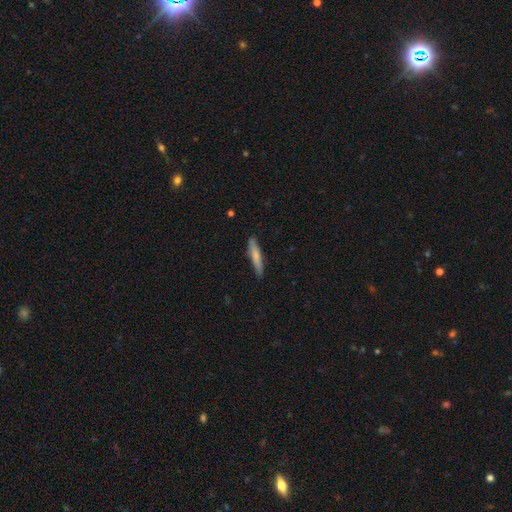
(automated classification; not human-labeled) A smooth galaxy with no disk features (70%) that is cigar-shaped (91%). Merging: none (86%).